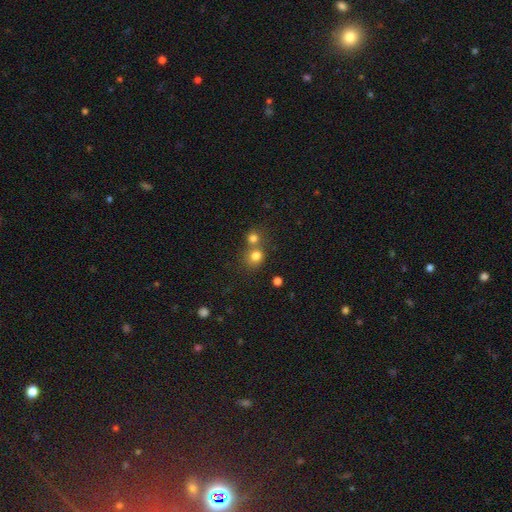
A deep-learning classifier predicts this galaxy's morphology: Smooth or featured?
  - smooth: 78% *
  - star or artifact: 14%
  - featured or disk: 8%
How rounded?
  - round: 83% *
  - in between: 16%
  - cigar-shaped: 1%
Merging?
  - none: 49% *
  - merger: 41%
  - minor disturbance: 7%
  - major disturbance: 3%